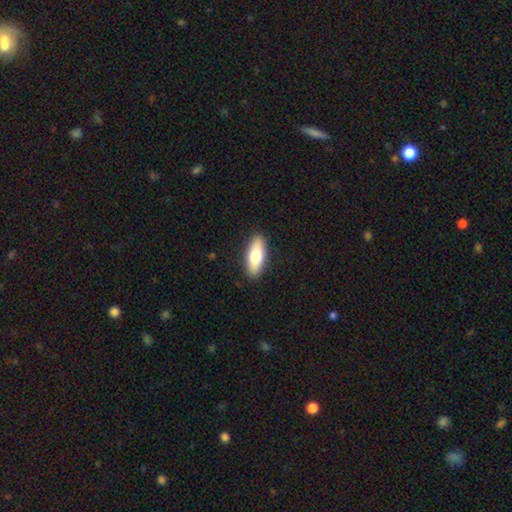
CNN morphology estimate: Smooth or featured? smooth (72%)
How rounded? in between (73%)
Merging? none (90%)